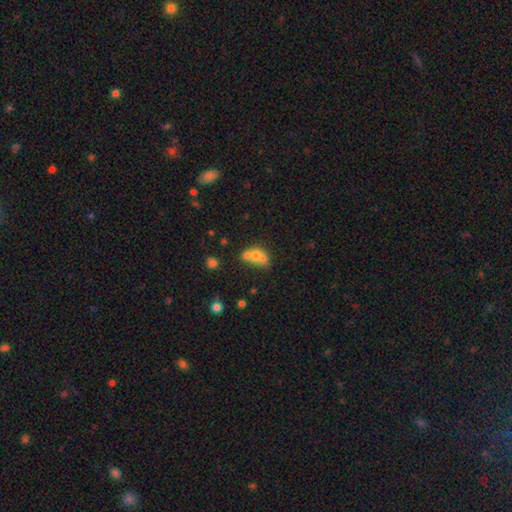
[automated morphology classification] The model was most divided on "how rounded": round: 58%, in between: 40%, cigar-shaped: 1%. More confident: merging — merger (62%); smooth or featured — smooth (61%).